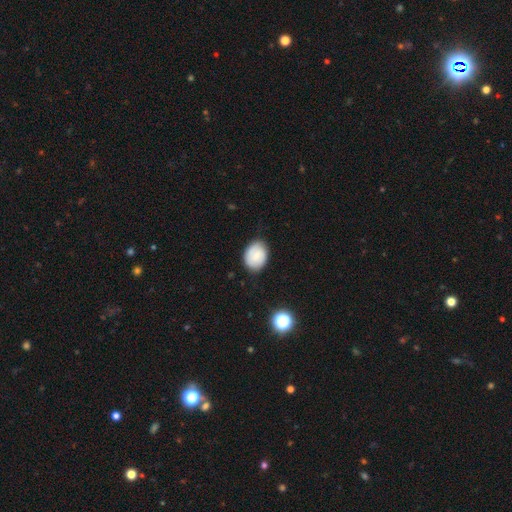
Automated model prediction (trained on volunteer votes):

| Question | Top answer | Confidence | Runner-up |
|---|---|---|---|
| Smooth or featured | smooth | 69% | featured or disk (23%) |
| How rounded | in between | 58% | round (41%) |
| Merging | none | 78% | minor disturbance (18%) |